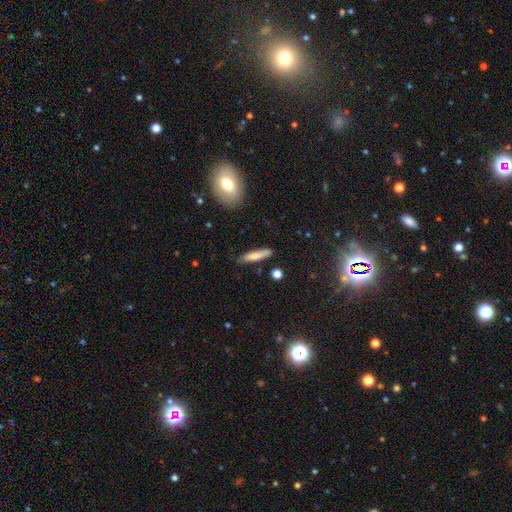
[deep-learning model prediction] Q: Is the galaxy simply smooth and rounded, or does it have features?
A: smooth — 76%.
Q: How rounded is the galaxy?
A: cigar-shaped — 84%.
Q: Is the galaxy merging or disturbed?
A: none — 81%.